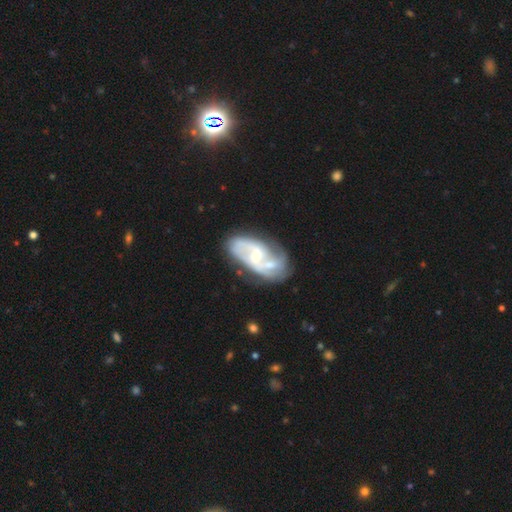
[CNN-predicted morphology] type=featured or disk (78%); edge-on=no (96%); bar=no (46%); spiral arms=yes (85%); winding=medium (43%); arm count=2 (69%); bulge=small (55%); merging=none (37%).